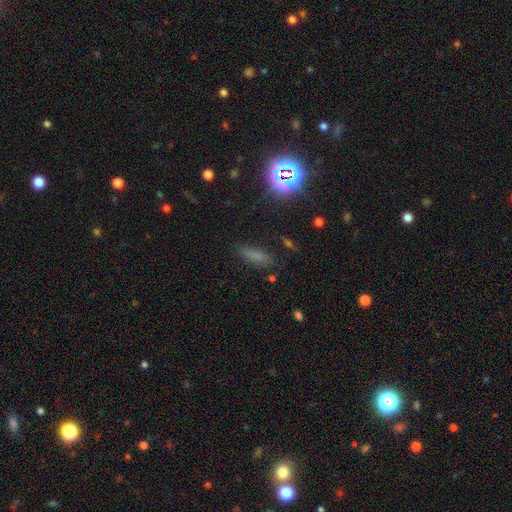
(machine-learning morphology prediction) Smooth or featured? smooth (66%)
How rounded? in between (48%)
Merging? none (82%)